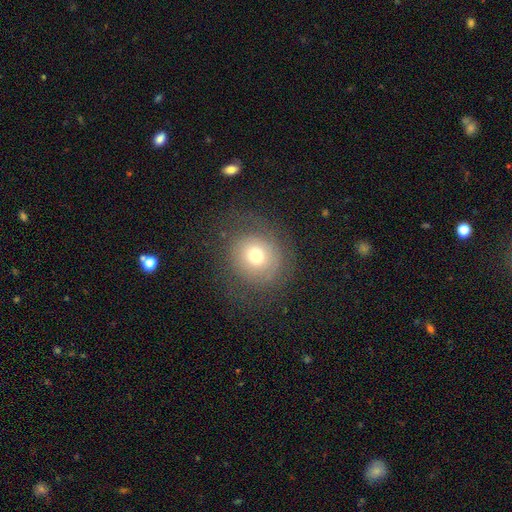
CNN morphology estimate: Smooth or featured? smooth (65%)
How rounded? round (87%)
Merging? none (72%)